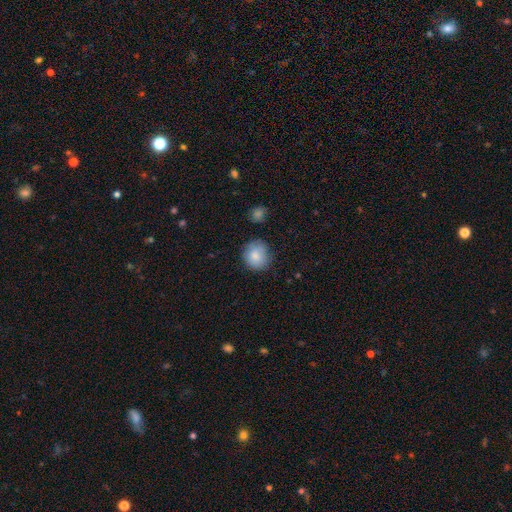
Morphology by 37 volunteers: Smooth or featured: smooth — 89% (featured or disk — 11%)
How rounded: round — 88% (in between — 12%)
Merging: none — 59% (minor disturbance — 41%)